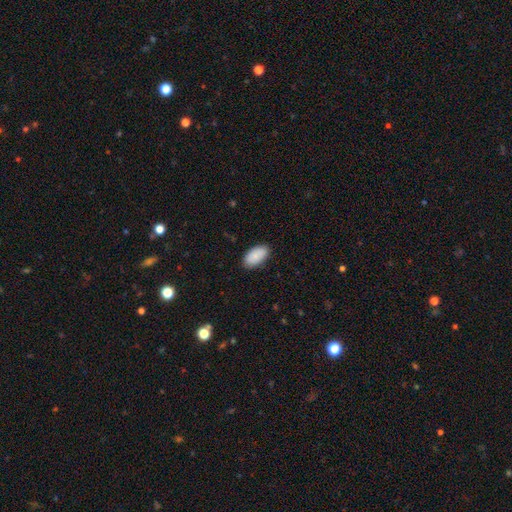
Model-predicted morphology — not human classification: smooth-or-featured: smooth: 89% | star or artifact: 6% | featured or disk: 5%
  how-rounded: in between: 95% | cigar-shaped: 2% | round: 2%
  merging: none: 87% | minor disturbance: 10% | major disturbance: 2% | merger: 1%